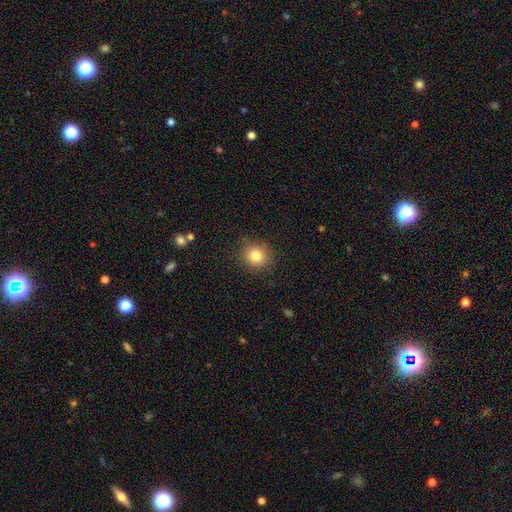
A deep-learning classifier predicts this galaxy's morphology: Smooth or featured?
  - smooth: 81% *
  - star or artifact: 11%
  - featured or disk: 7%
How rounded?
  - round: 82% *
  - in between: 17%
  - cigar-shaped: 1%
Merging?
  - none: 85% *
  - minor disturbance: 11%
  - major disturbance: 3%
  - merger: 1%